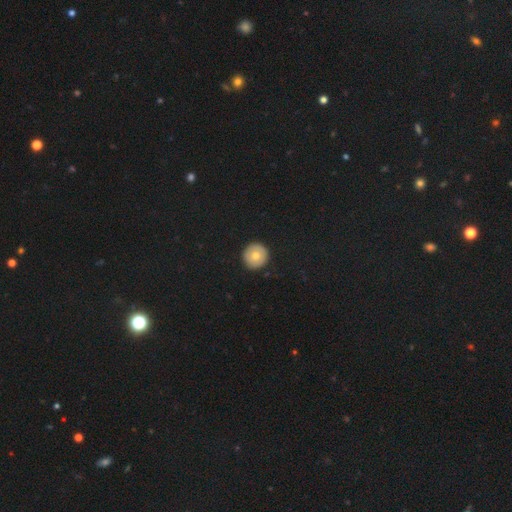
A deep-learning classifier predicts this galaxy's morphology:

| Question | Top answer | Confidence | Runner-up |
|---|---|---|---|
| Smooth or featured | smooth | 74% | featured or disk (18%) |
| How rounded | round | 96% | in between (3%) |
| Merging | none | 93% | minor disturbance (5%) |